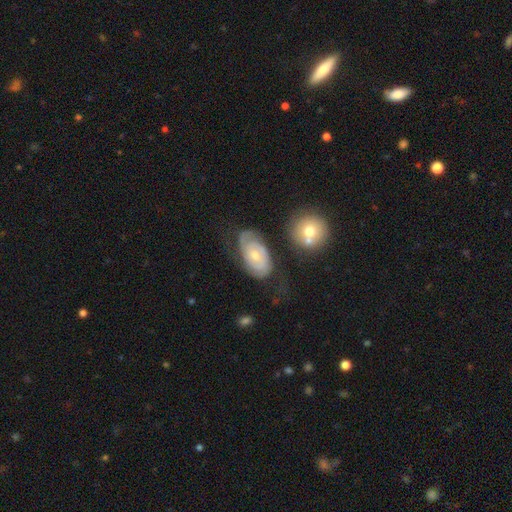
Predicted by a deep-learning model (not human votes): smooth-or-featured: featured or disk: 79% | smooth: 16% | star or artifact: 5%
  disk-edge-on: no: 96% | yes: 4%
    bar: no: 66% | weak: 29% | strong: 5%
    has-spiral-arms: yes: 92% | no: 8%
      spiral-winding: tight: 67% | medium: 25% | loose: 7%
      spiral-arm-count: 2: 58% | can't tell: 24% | 3: 7% | 1: 6% | 4: 2% | more than 4: 2%
    bulge-size: moderate: 53% | small: 43% | large: 2% | none: 1% | dominant: 1%
  merging: none: 61% | minor disturbance: 22% | major disturbance: 12% | merger: 5%